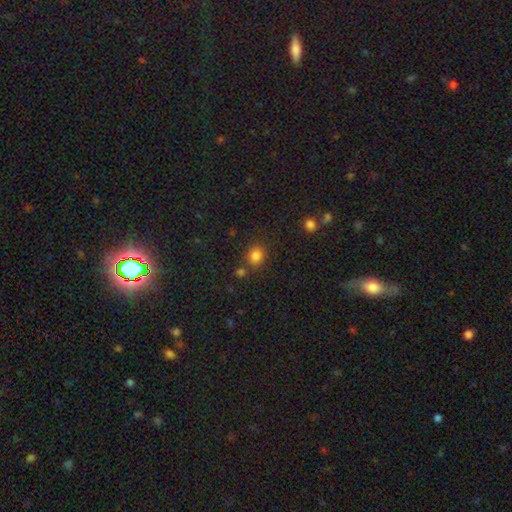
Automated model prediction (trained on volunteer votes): Smooth or featured: smooth — 81% (star or artifact — 14%)
How rounded: round — 73% (in between — 26%)
Merging: none — 75% (merger — 11%)